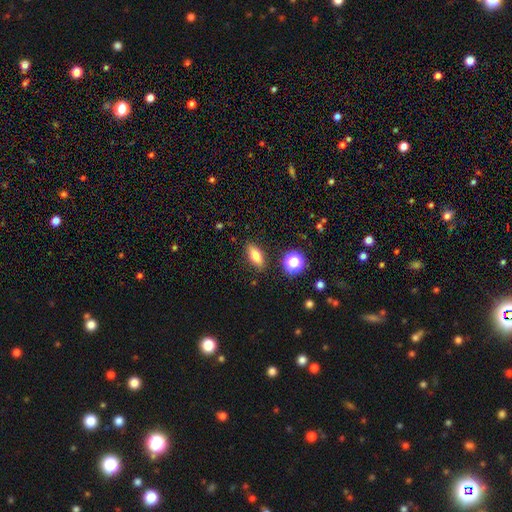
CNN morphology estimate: Smooth or featured?
  - smooth: 72% *
  - featured or disk: 17%
  - star or artifact: 11%
How rounded?
  - in between: 71% *
  - cigar-shaped: 21%
  - round: 8%
Merging?
  - none: 87% *
  - minor disturbance: 9%
  - major disturbance: 2%
  - merger: 2%